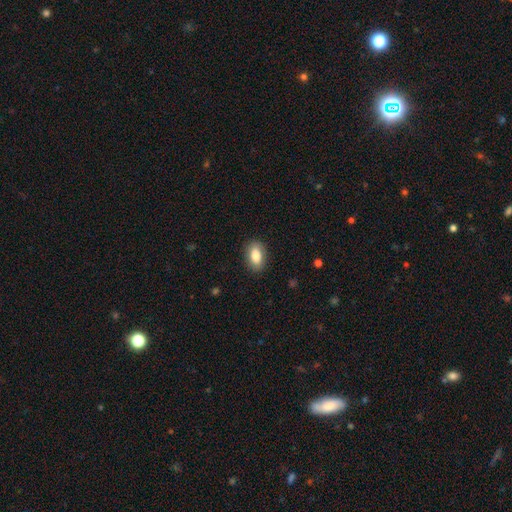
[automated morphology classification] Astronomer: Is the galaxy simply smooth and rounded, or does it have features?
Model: smooth — 83%.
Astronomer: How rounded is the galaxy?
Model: in between — 90%.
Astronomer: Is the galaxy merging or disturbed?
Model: none — 87%.